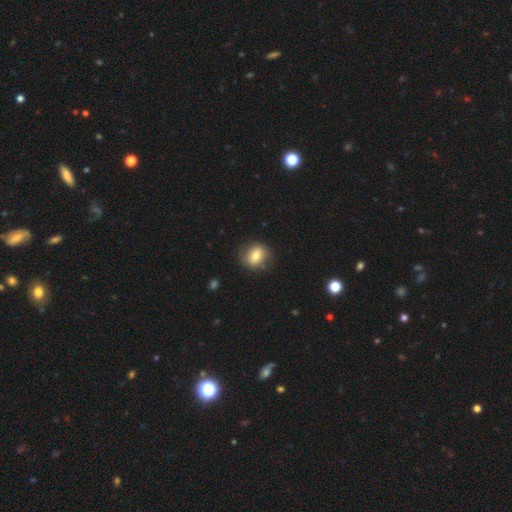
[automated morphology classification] Smooth or featured? smooth (67%)
How rounded? round (64%)
Merging? none (78%)